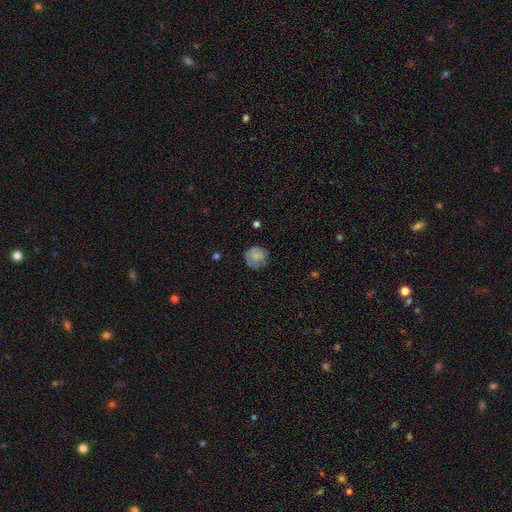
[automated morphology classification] The model was most divided on "merging": none: 72%, minor disturbance: 20%, major disturbance: 6%, merger: 1%. More confident: how rounded — round (90%); smooth or featured — smooth (77%).